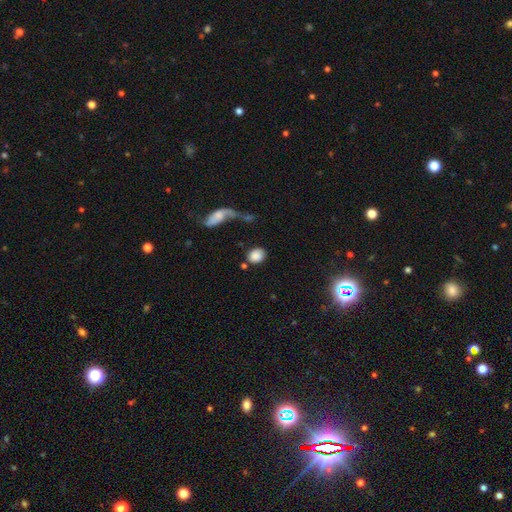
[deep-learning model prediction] This is clearly a smooth galaxy (84%). How rounded: possibly round (58%). Merging: likely none (64%).